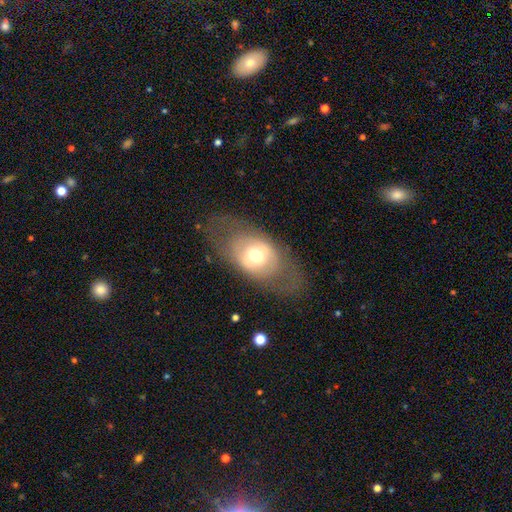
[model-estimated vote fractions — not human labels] featured or disk 48%, smooth 44%, star or artifact 8%. Down the decision tree: merging — none (68%).